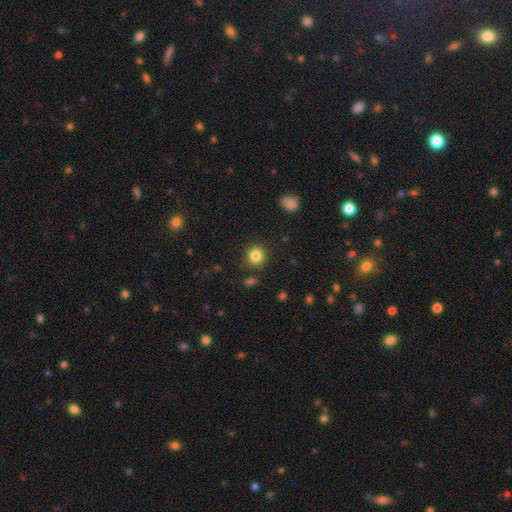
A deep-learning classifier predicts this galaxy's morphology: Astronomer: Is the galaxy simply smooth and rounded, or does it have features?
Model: smooth — 84%.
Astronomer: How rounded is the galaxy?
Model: round — 91%.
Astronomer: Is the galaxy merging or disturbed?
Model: none — 87%.